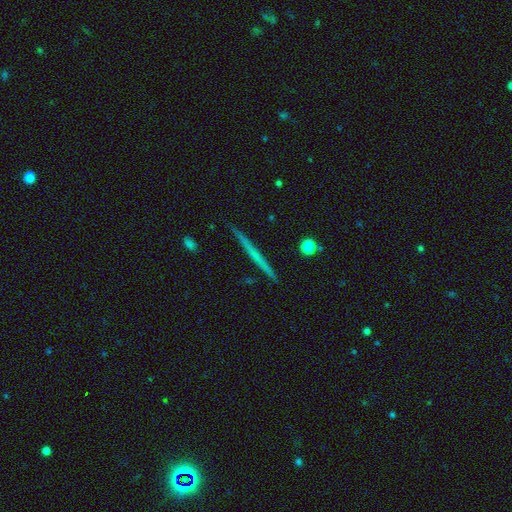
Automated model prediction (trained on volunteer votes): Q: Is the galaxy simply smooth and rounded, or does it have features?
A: featured or disk — 55%.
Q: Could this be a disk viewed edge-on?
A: yes — 98%.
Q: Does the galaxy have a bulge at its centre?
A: none — 89%.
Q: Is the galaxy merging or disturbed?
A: none — 92%.